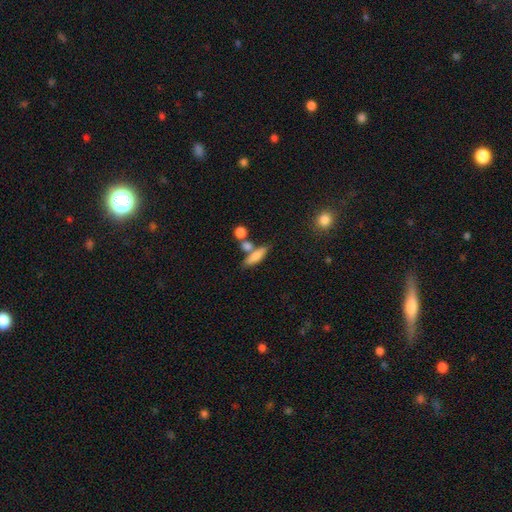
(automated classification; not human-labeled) Smooth or featured? smooth (71%)
How rounded? cigar-shaped (51%)
Merging? none (57%)